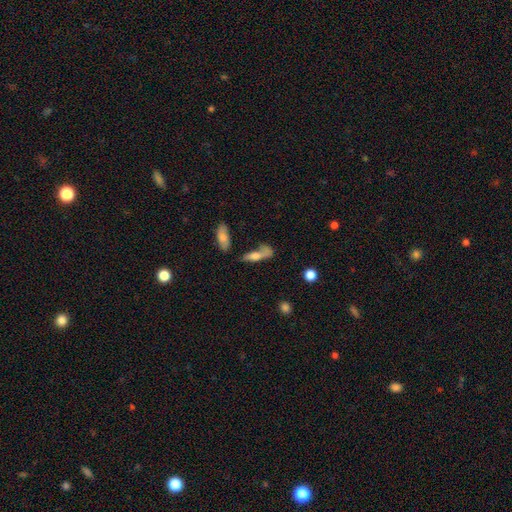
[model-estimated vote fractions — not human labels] This is likely a smooth galaxy (62%). How rounded: possibly cigar-shaped (52%). Merging: marginally none (41%).